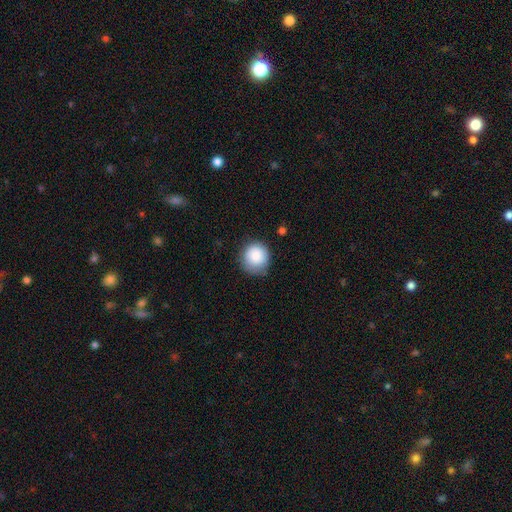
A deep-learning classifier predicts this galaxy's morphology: Q: Smooth or featured?
A: smooth (86%); runner-up: star or artifact (8%)
Q: How rounded?
A: round (92%); runner-up: in between (7%)
Q: Merging?
A: none (76%); runner-up: minor disturbance (18%)